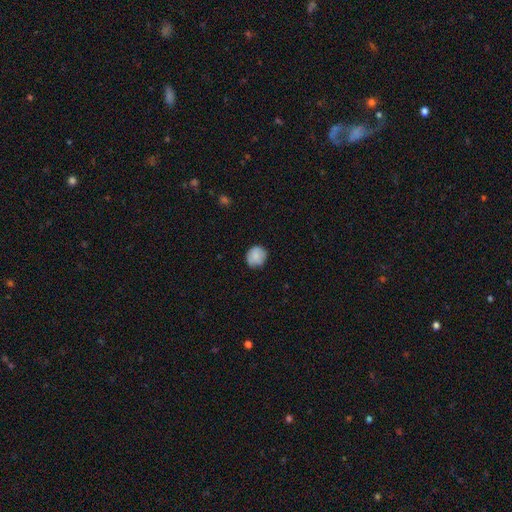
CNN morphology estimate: smooth 84%, featured or disk 9%, star or artifact 8%. Down the decision tree: how rounded — round (85%); merging — none (83%).